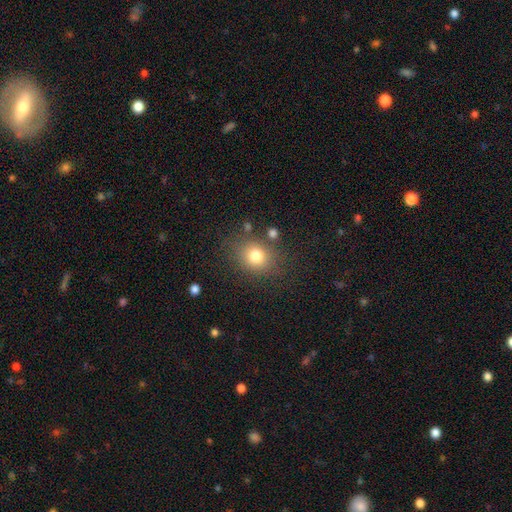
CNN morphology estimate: Smooth or featured? Predicted: smooth (p=0.78). How rounded? Predicted: round (p=0.64). Merging? Predicted: none (p=0.77).